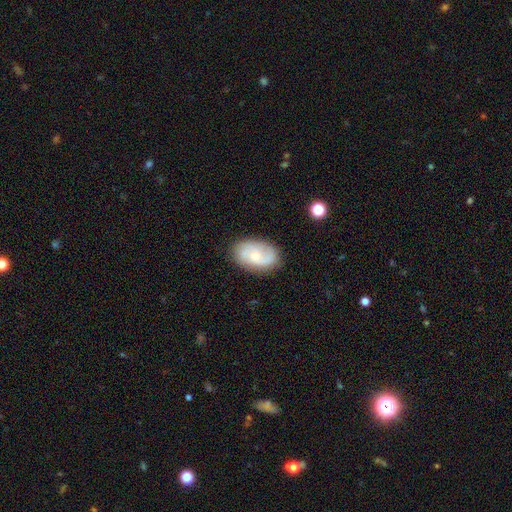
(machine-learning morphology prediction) featured or disk 58%, smooth 35%, star or artifact 7%. Down the decision tree: edge-on disk — no (96%); bar — no (69%); spiral arms — yes (87%); bulge size — small (62%); merging — none (79%).